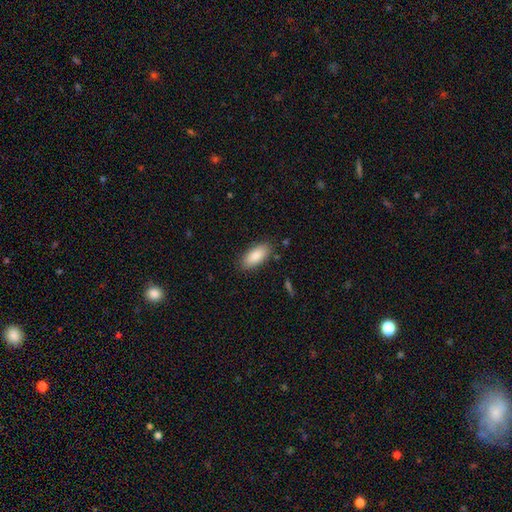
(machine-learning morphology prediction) The model was most divided on "merging": none: 85%, minor disturbance: 11%, major disturbance: 3%, merger: 2%. More confident: how rounded — in between (87%); smooth or featured — smooth (87%).